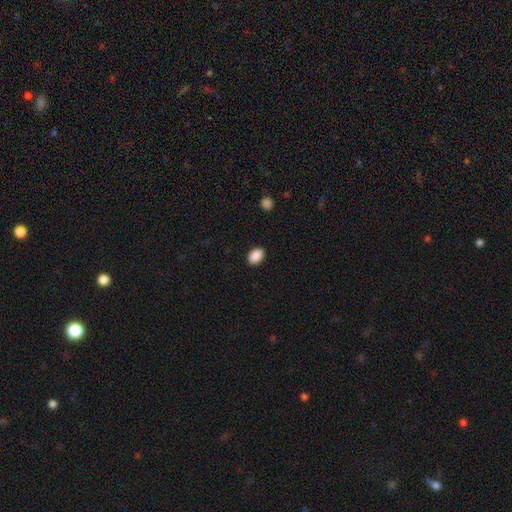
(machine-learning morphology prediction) smooth_or_featured: smooth (p=0.90) [alt: star or artifact p=0.08]
how_rounded: in between (p=0.83) [alt: round p=0.16]
merging: none (p=0.90) [alt: minor disturbance p=0.08]